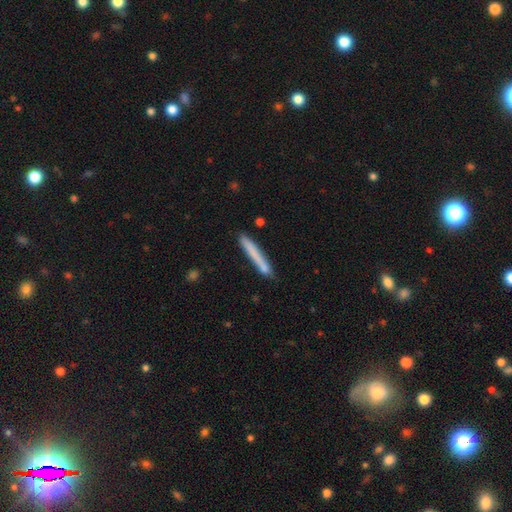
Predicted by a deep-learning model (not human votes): This appears to be a smooth galaxy with no disk features (71%) that is cigar-shaped (96%). Merging: none (82%).